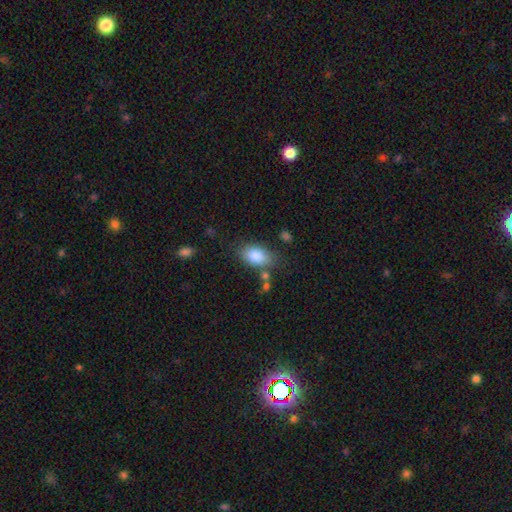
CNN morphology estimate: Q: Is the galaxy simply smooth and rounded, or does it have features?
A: smooth — 87%.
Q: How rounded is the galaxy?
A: in between — 90%.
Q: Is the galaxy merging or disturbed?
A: none — 68%.